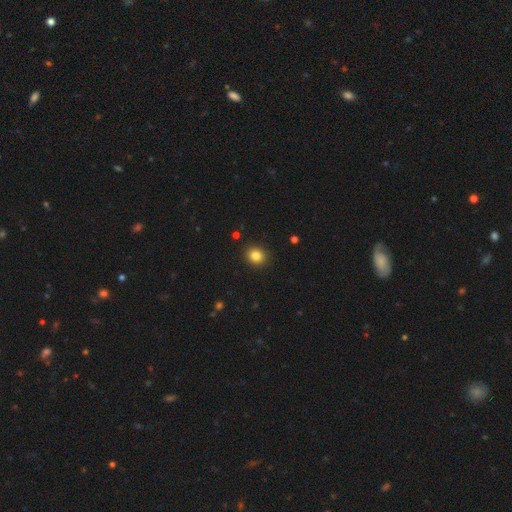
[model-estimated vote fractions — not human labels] Morphology: type=smooth (83%); roundness=round (78%); merging=none (91%).